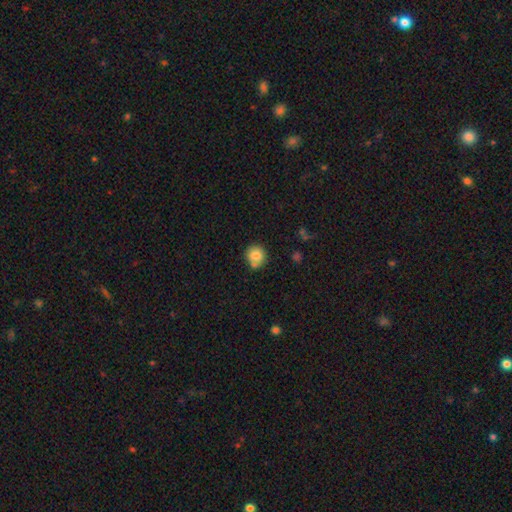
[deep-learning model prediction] Q: Smooth or featured?
A: smooth (81%); runner-up: featured or disk (10%)
Q: How rounded?
A: round (85%); runner-up: in between (14%)
Q: Merging?
A: none (65%); runner-up: minor disturbance (16%)